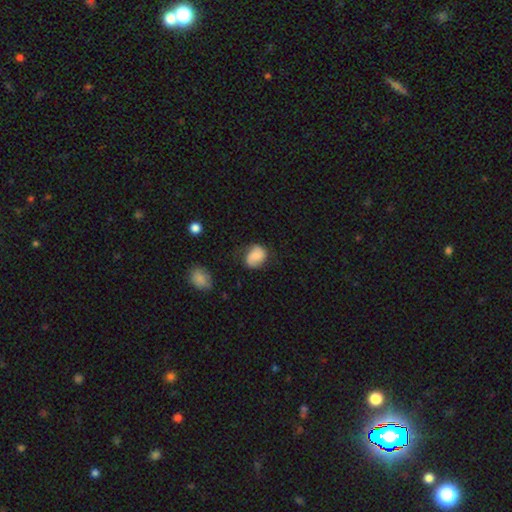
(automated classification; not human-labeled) Smooth or featured?
  - smooth: 60% *
  - featured or disk: 32%
  - star or artifact: 9%
How rounded?
  - in between: 51% *
  - round: 48%
  - cigar-shaped: 1%
Merging?
  - none: 62% *
  - minor disturbance: 26%
  - major disturbance: 9%
  - merger: 2%